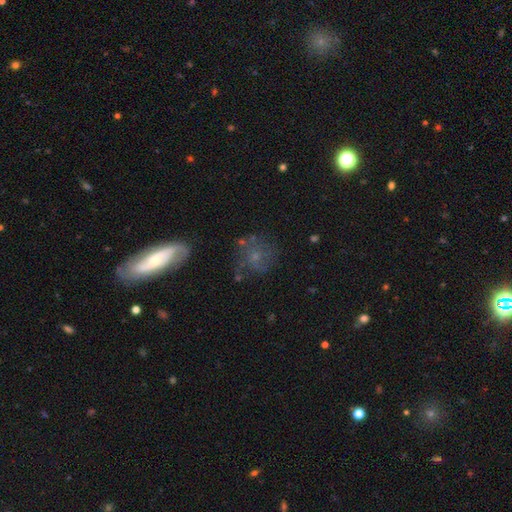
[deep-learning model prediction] The model was most divided on "smooth or featured": featured or disk: 46%, smooth: 39%, star or artifact: 15%. More confident: merging — none (58%).